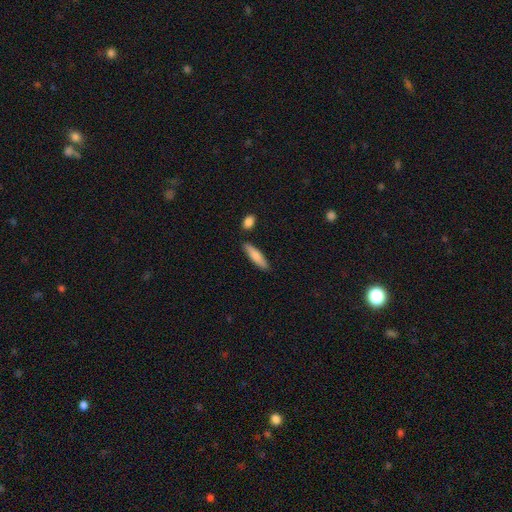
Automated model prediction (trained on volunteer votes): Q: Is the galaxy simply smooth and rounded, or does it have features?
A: smooth — 80%.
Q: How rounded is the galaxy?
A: cigar-shaped — 69%.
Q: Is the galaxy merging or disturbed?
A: none — 83%.